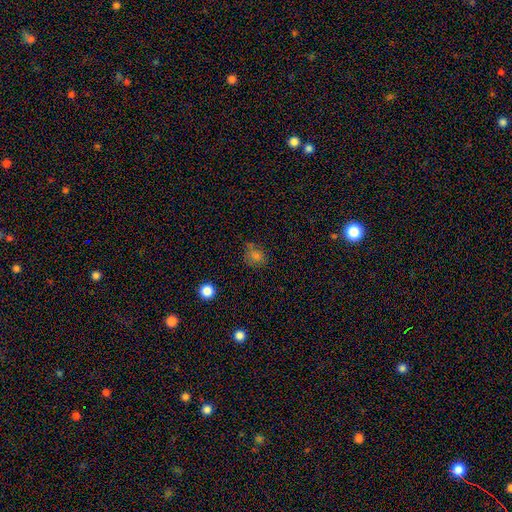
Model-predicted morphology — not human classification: Smooth or featured? smooth (69%)
How rounded? round (76%)
Merging? none (70%)